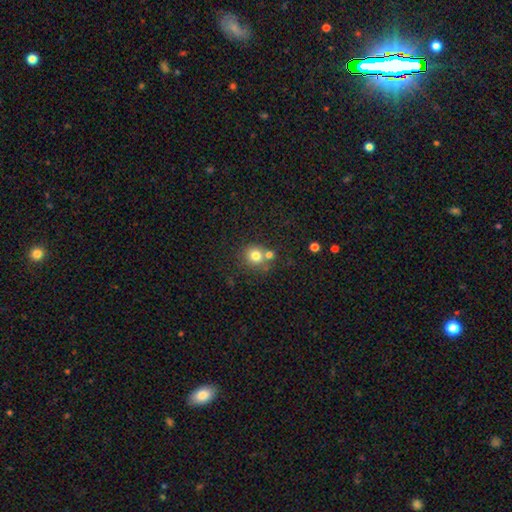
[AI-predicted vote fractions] Smooth or featured?
  - smooth: 78% *
  - star or artifact: 12%
  - featured or disk: 10%
How rounded?
  - round: 88% *
  - in between: 11%
  - cigar-shaped: 1%
Merging?
  - none: 58% *
  - merger: 29%
  - minor disturbance: 9%
  - major disturbance: 3%